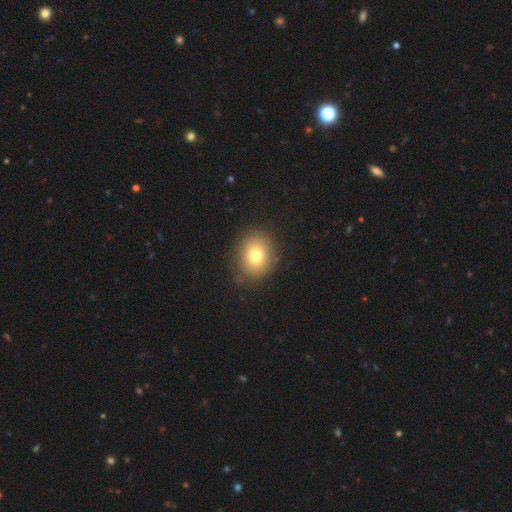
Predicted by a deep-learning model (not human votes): Smooth or featured? Predicted: smooth (p=0.78). How rounded? Predicted: round (p=0.64). Merging? Predicted: none (p=0.83).